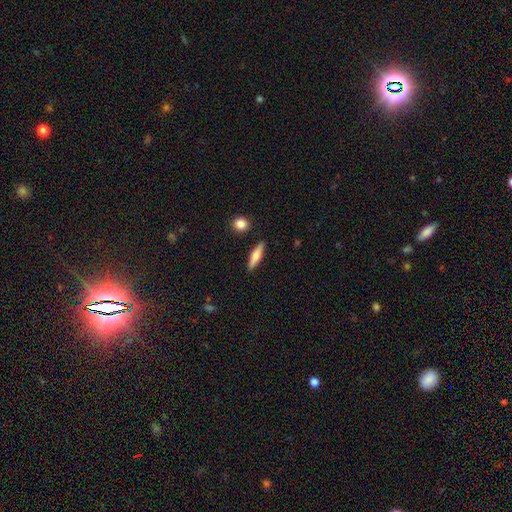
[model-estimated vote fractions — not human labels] This appears to be a smooth galaxy with no disk features (62%) that is cigar-shaped (70%). Merging: none (88%).